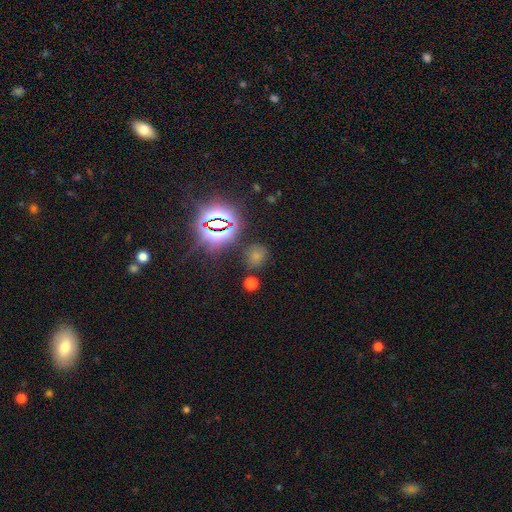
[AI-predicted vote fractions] Smooth or featured: smooth — 60% (star or artifact — 33%)
How rounded: round — 71% (in between — 27%)
Merging: none — 75% (minor disturbance — 14%)